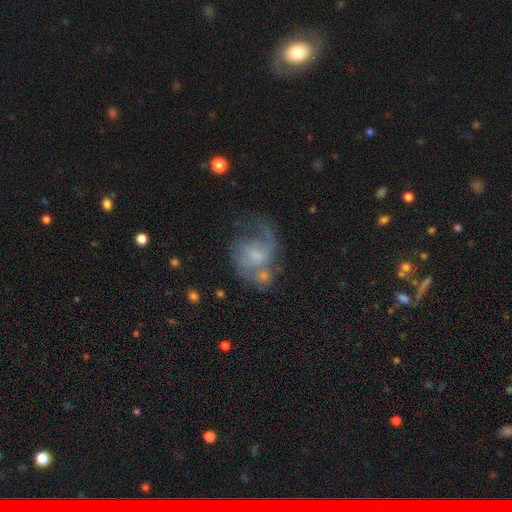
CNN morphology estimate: The model was most divided on "merging": major disturbance: 35%, none: 30%, minor disturbance: 19%, merger: 16%. Remaining: edge-on disk — no (97%); spiral arms — yes (75%); smooth or featured — featured or disk (66%); bar — no (51%); bulge size — small (42%).